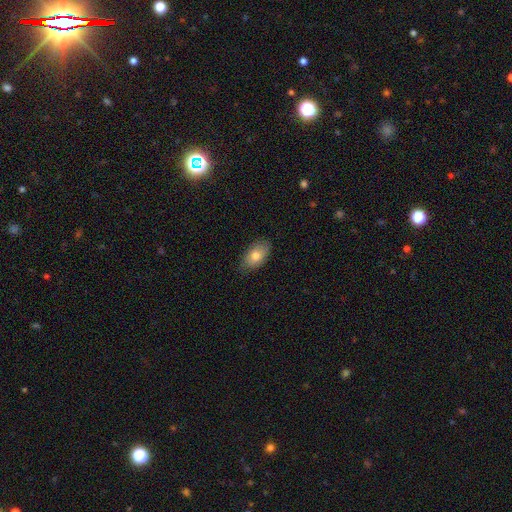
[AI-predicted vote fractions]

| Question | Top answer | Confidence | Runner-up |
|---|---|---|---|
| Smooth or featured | smooth | 78% | featured or disk (16%) |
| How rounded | in between | 92% | round (6%) |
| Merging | none | 78% | minor disturbance (18%) |